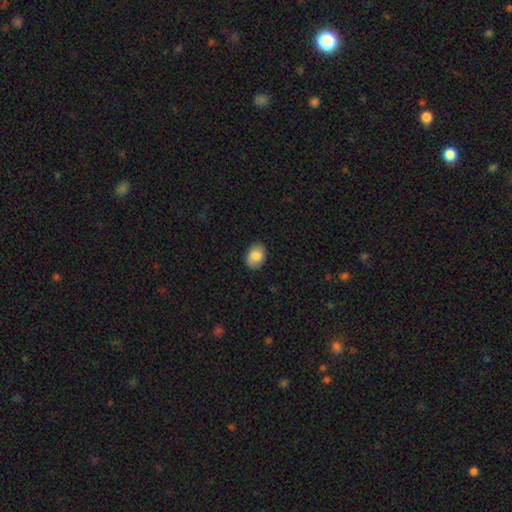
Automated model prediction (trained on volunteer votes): Smooth or featured? smooth (83%)
How rounded? in between (76%)
Merging? none (84%)